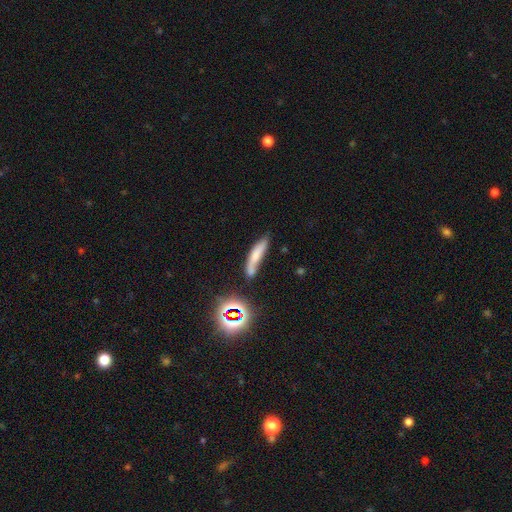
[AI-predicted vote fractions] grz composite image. It shows a smooth galaxy with no disk features (62%) that is cigar-shaped (77%). Merging: none (49%).